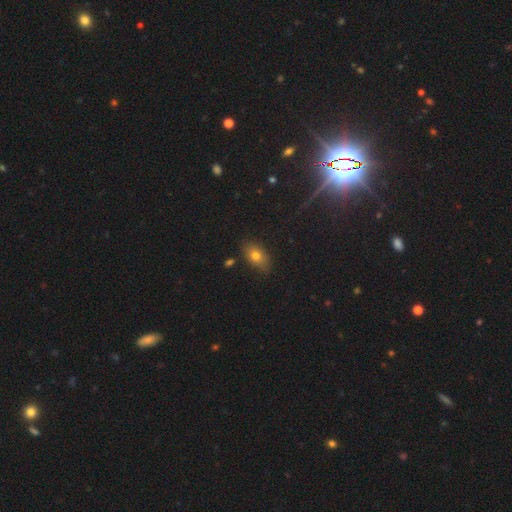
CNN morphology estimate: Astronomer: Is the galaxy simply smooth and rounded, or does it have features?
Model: smooth — 75%.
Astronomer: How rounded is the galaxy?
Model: in between — 84%.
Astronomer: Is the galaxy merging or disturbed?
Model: none — 80%.